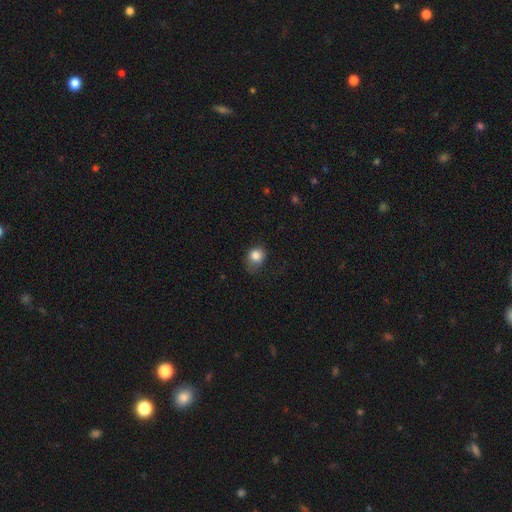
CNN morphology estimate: This appears to be a smooth galaxy with no disk features (83%) that is round (62%). Merging: none (55%).